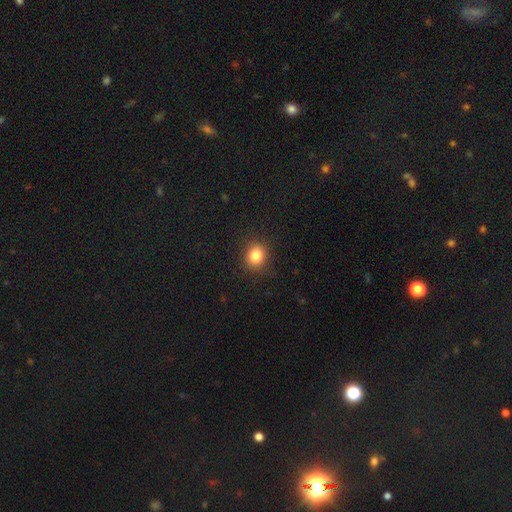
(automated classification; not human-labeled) Smooth or featured? smooth (84%)
How rounded? round (78%)
Merging? none (89%)